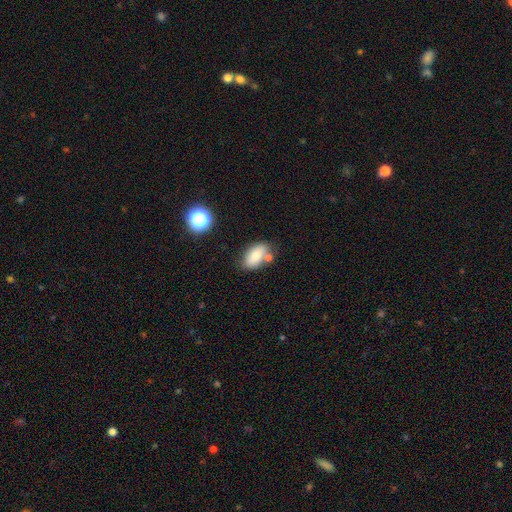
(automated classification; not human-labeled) The model was most divided on "merging": none: 65%, merger: 16%, minor disturbance: 15%, major disturbance: 4%. More confident: how rounded — in between (90%); smooth or featured — smooth (77%).